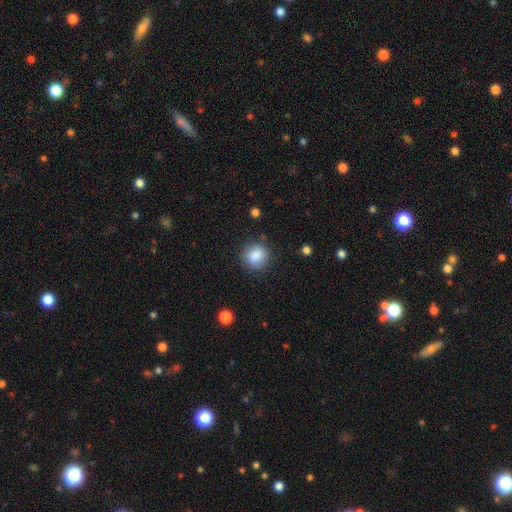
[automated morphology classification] Q: Smooth or featured?
A: smooth (86%); runner-up: star or artifact (9%)
Q: How rounded?
A: round (82%); runner-up: in between (17%)
Q: Merging?
A: none (83%); runner-up: minor disturbance (11%)